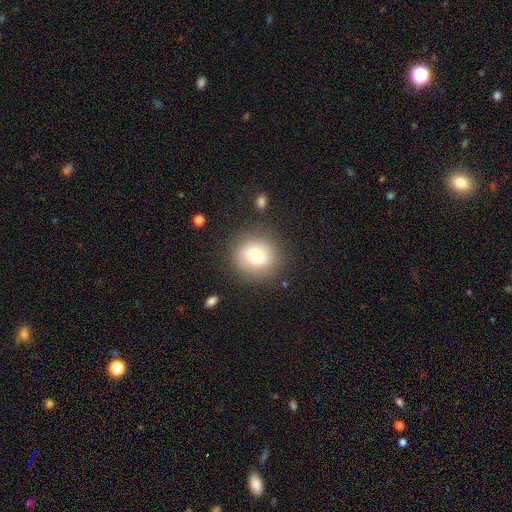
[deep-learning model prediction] A smooth galaxy with no disk features (69%) that is round (90%).

Vote fractions:
- Smooth or featured? smooth: 69% / featured or disk: 21% / star or artifact: 10%
- How rounded? round: 90% / in between: 9% / cigar-shaped: 1%
- Merging? none: 82% / minor disturbance: 11% / major disturbance: 5% / merger: 2%